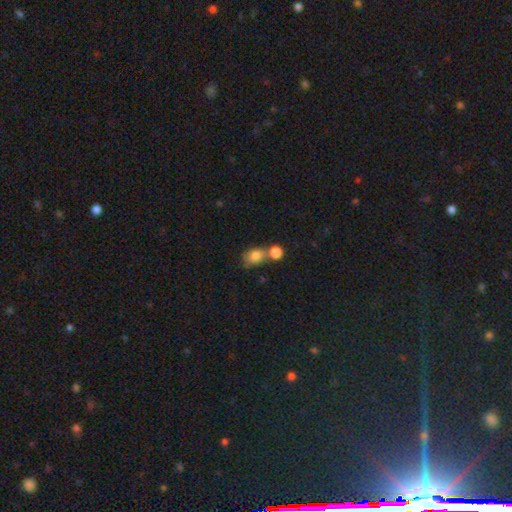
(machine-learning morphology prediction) smooth 79%, featured or disk 11%, star or artifact 10%. Down the decision tree: how rounded — in between (55%); merging — merger (47%).